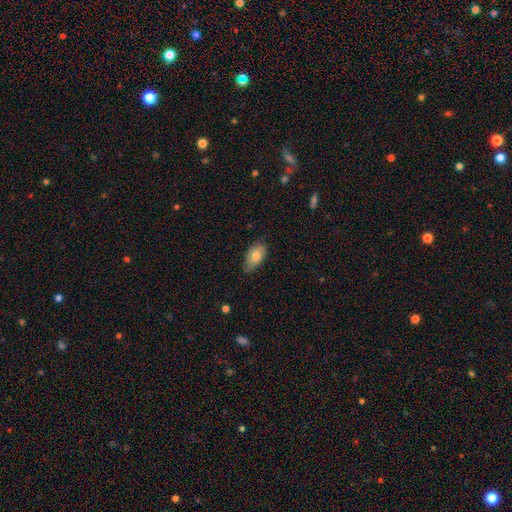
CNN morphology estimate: Smooth or featured? smooth (74%)
How rounded? in between (93%)
Merging? none (67%)